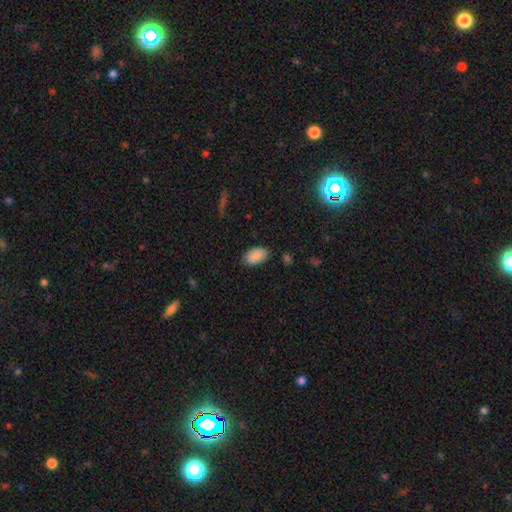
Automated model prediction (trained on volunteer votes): smooth 89%, star or artifact 7%, featured or disk 5%. Down the decision tree: how rounded — in between (94%); merging — none (82%).